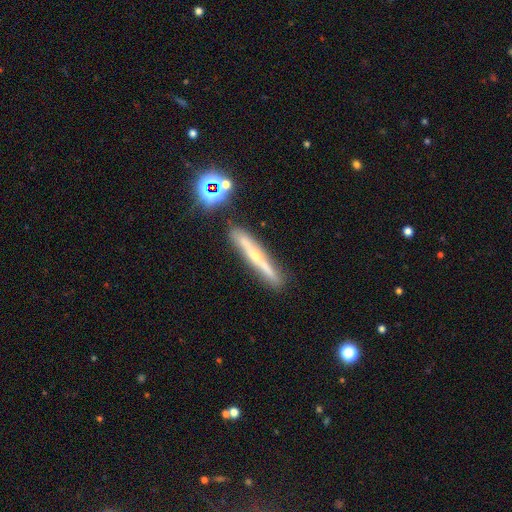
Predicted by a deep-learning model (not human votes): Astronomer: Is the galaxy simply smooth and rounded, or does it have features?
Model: featured or disk — 65%.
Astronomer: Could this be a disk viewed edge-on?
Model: yes — 93%.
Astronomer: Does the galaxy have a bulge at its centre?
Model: rounded — 79%.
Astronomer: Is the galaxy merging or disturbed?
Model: none — 85%.